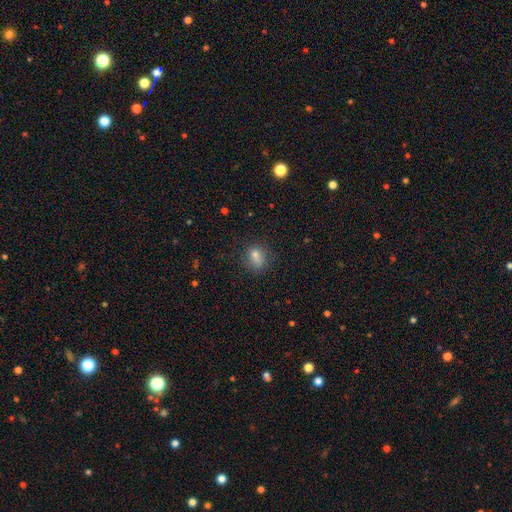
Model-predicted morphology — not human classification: smooth-or-featured: smooth: 74% | star or artifact: 16% | featured or disk: 10%
  how-rounded: in between: 51% | round: 47% | cigar-shaped: 2%
  merging: none: 72% | minor disturbance: 19% | major disturbance: 7% | merger: 3%